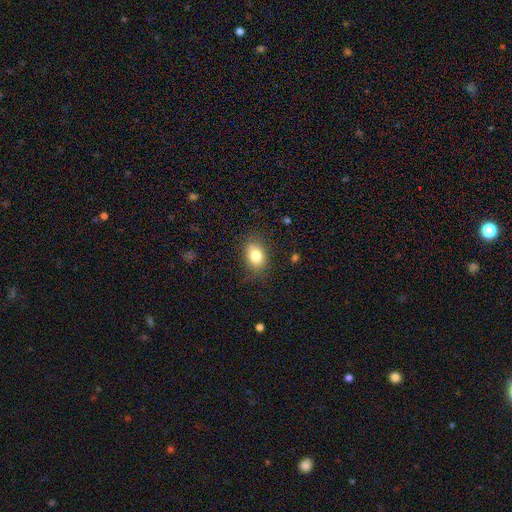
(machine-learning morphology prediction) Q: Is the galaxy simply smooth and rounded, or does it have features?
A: smooth — 81%.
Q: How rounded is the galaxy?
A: in between — 73%.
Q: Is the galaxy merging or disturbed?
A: none — 79%.